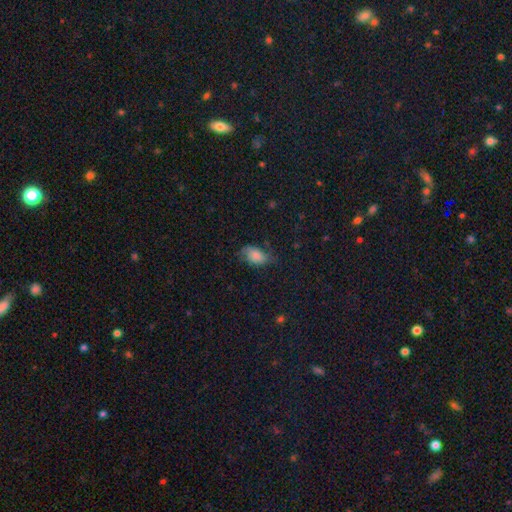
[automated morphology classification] Q: Smooth or featured?
A: smooth (65%); runner-up: featured or disk (24%)
Q: How rounded?
A: in between (88%); runner-up: round (10%)
Q: Merging?
A: none (52%); runner-up: minor disturbance (31%)